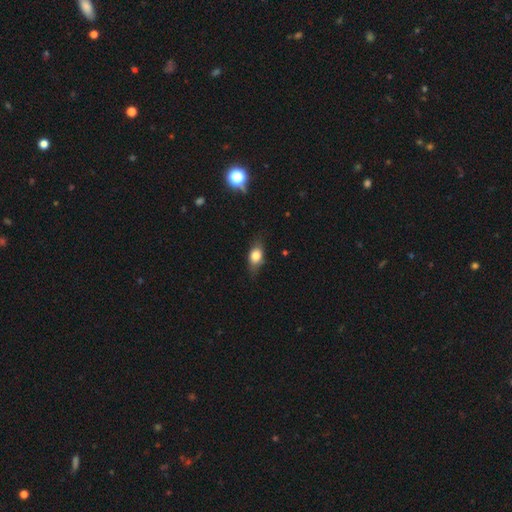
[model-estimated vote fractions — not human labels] Smooth or featured: smooth — 73% (featured or disk — 18%)
How rounded: in between — 75% (round — 17%)
Merging: none — 74% (minor disturbance — 21%)